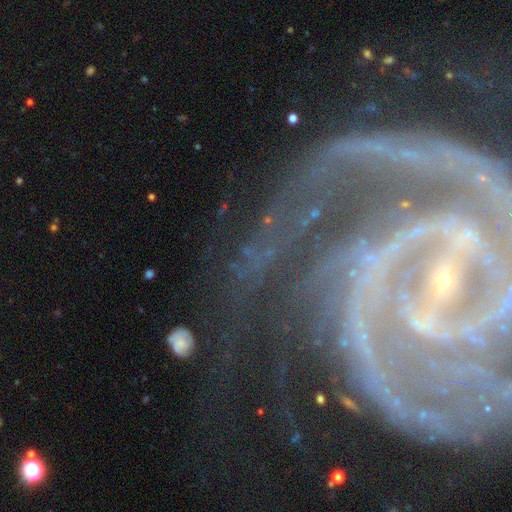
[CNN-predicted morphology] This appears to be a featured or disk galaxy (69%) with a strong bar (39%), 2 (33%) tight (48%) spiral arms (89%) and a small central bulge (60%). Merging: none (62%).